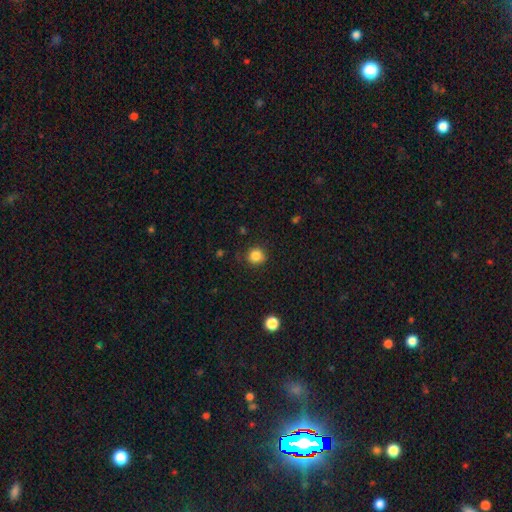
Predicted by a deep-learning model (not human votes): Q: Smooth or featured?
A: smooth (84%); runner-up: star or artifact (11%)
Q: How rounded?
A: round (88%); runner-up: in between (11%)
Q: Merging?
A: none (83%); runner-up: minor disturbance (13%)